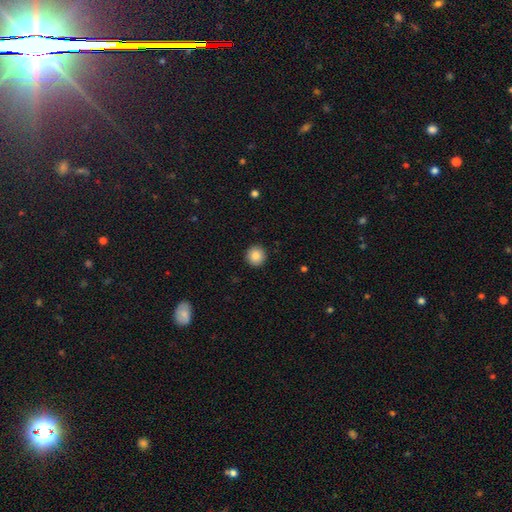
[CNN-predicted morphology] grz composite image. It shows a smooth galaxy with no disk features (86%) that is round (95%). Merging: none (93%).